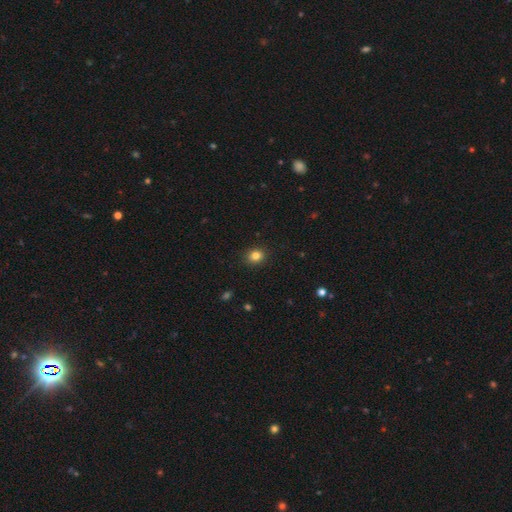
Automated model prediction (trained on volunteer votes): This appears to be a smooth galaxy with no disk features (82%) that is round (73%). Merging: none (91%).